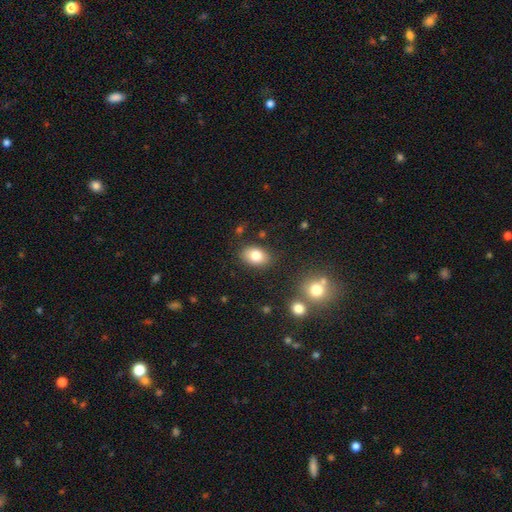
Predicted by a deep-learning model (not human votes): Smooth or featured? smooth (79%)
How rounded? in between (83%)
Merging? none (84%)